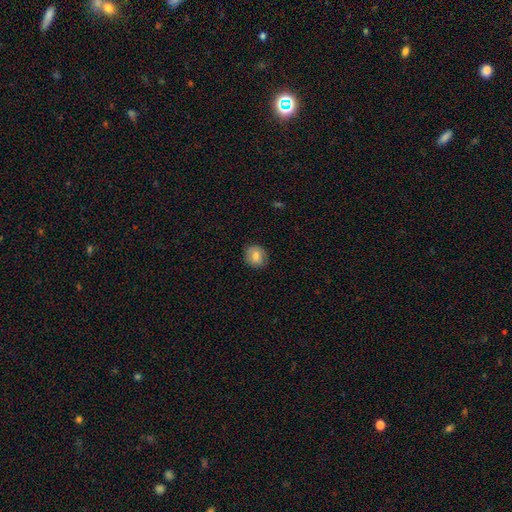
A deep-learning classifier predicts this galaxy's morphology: Smooth or featured? Predicted: smooth (p=0.77). How rounded? Predicted: round (p=0.77). Merging? Predicted: none (p=0.85).